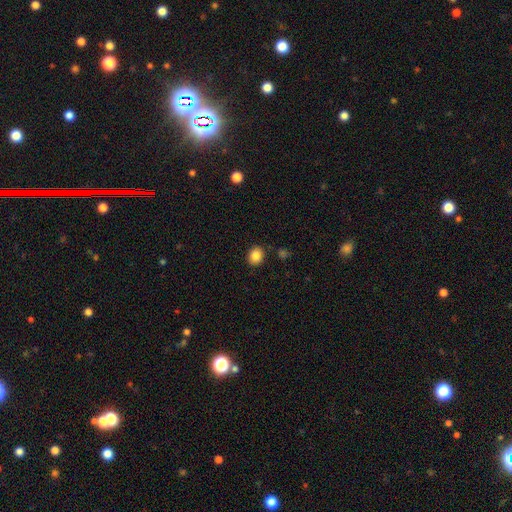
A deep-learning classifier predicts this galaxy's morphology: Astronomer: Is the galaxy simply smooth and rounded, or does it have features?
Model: smooth — 86%.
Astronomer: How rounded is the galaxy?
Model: round — 62% (runner-up: in between, 37%).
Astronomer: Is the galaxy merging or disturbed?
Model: none — 88%.